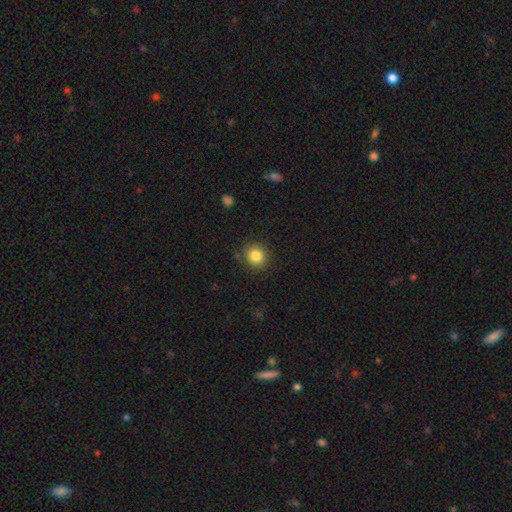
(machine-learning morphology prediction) This is clearly a smooth galaxy (84%). How rounded: clearly round (89%). Merging: clearly none (86%).